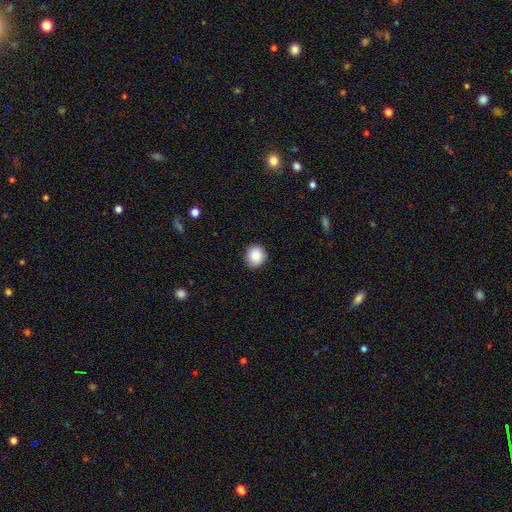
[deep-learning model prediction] Morphology: type=smooth (87%); roundness=round (89%); merging=none (88%).